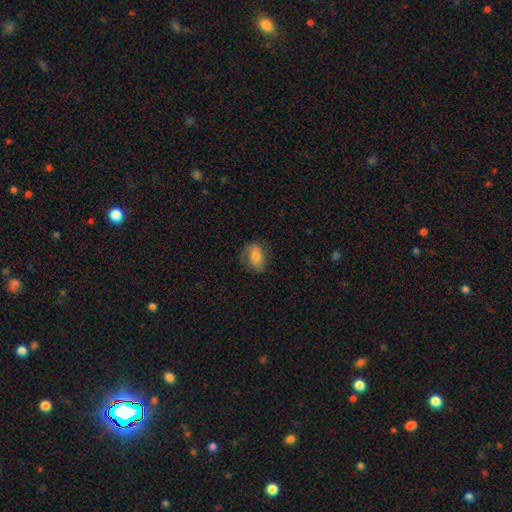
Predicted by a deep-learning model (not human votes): A smooth galaxy with no disk features (68%) that is in between round and cigar-shaped (78%). Merging: none (68%).